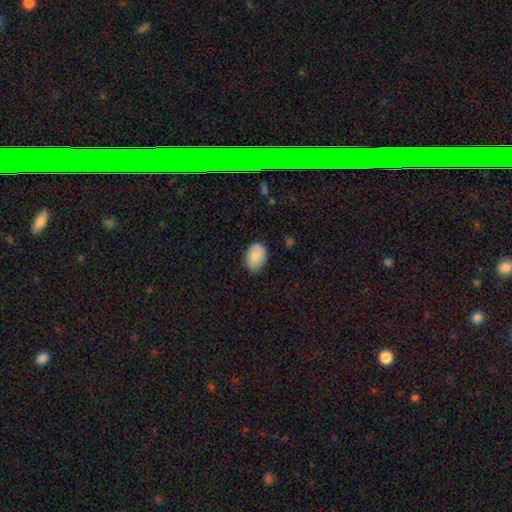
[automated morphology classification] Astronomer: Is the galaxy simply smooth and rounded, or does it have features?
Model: smooth — 84%.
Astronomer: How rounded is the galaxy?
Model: in between — 84%.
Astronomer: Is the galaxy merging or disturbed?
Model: none — 78%.